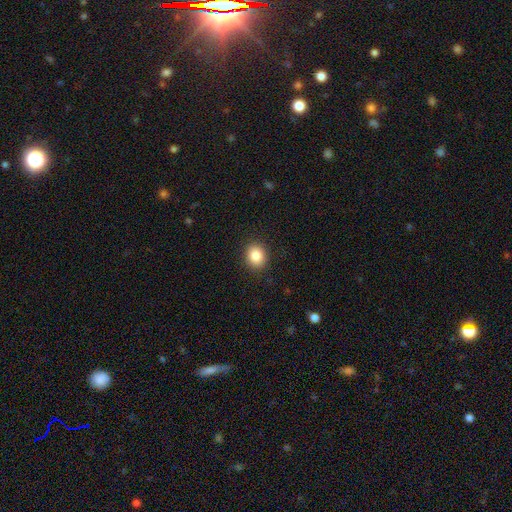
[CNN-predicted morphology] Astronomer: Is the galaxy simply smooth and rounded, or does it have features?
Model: smooth — 86%.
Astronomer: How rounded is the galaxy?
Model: round — 66%.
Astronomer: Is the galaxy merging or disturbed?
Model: none — 90%.